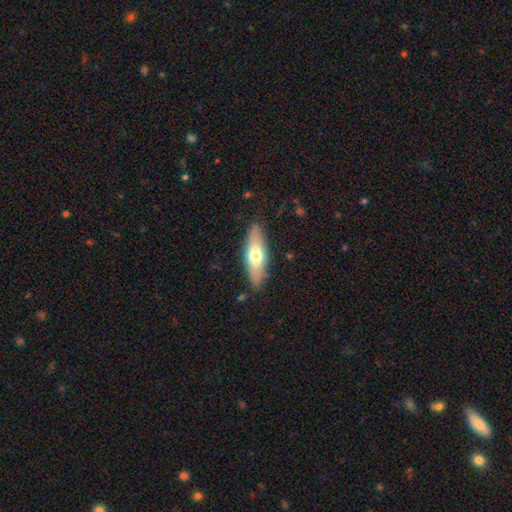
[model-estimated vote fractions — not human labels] This appears to be a smooth galaxy with no disk features (60%) that is in between round and cigar-shaped (56%). Merging: none (84%).